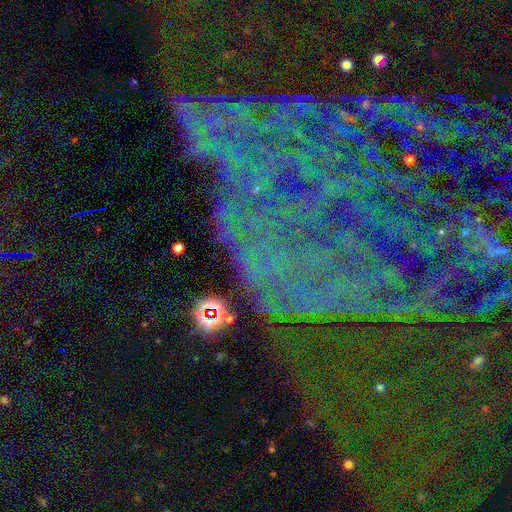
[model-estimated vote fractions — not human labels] This is likely a star or artifact rather than a galaxy (71%).